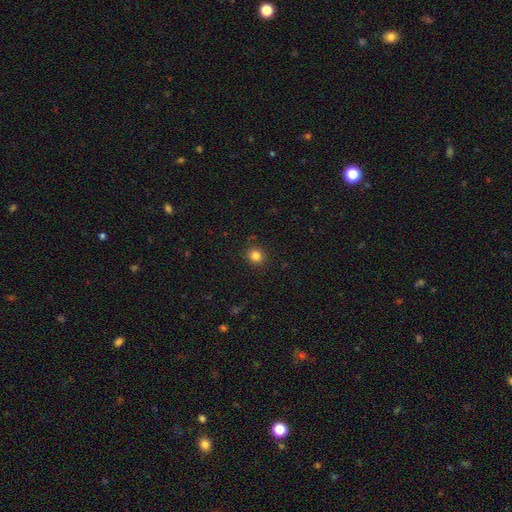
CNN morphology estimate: Overall: smooth (83%). How rounded: round (83%). Merging: none (89%).